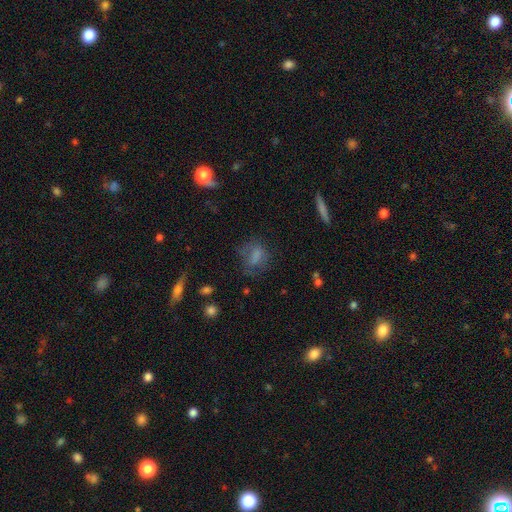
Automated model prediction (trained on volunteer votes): smooth_or_featured: smooth (p=0.66) [alt: featured or disk p=0.20]
how_rounded: in between (p=0.63) [alt: round p=0.33]
merging: none (p=0.52) [alt: minor disturbance p=0.24]